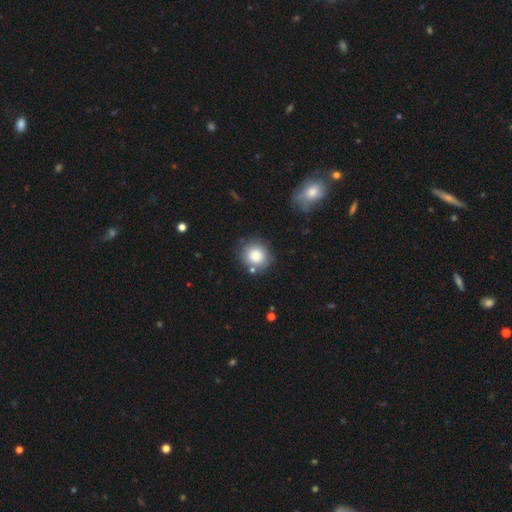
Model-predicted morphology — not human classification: This is clearly a smooth galaxy (83%). How rounded: clearly round (90%). Merging: likely none (78%).